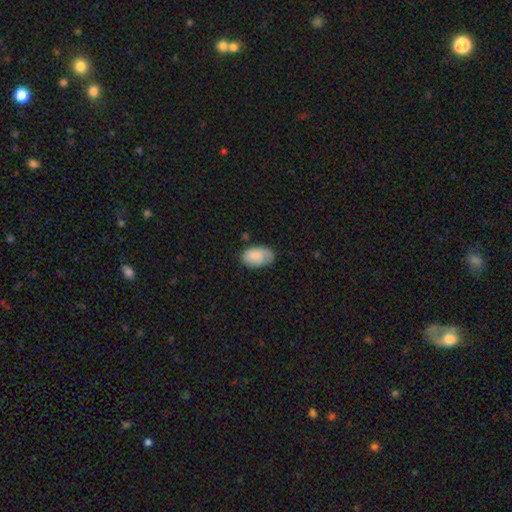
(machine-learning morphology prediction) This is likely a smooth galaxy (77%). How rounded: clearly in between (92%). Merging: possibly none (60%).